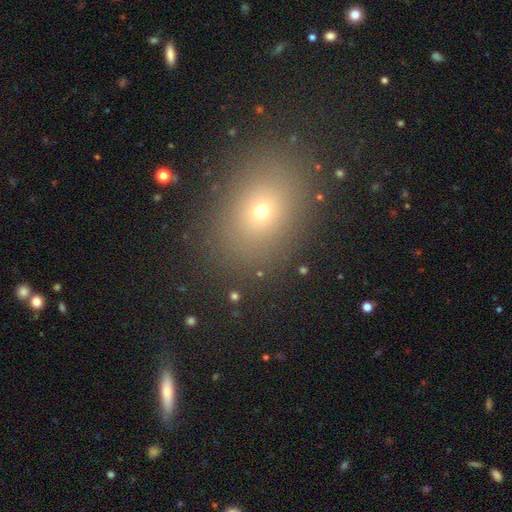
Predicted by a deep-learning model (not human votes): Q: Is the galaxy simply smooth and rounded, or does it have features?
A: smooth — 64%.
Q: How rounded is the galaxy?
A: in between — 53%.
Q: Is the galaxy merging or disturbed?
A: none — 86%.